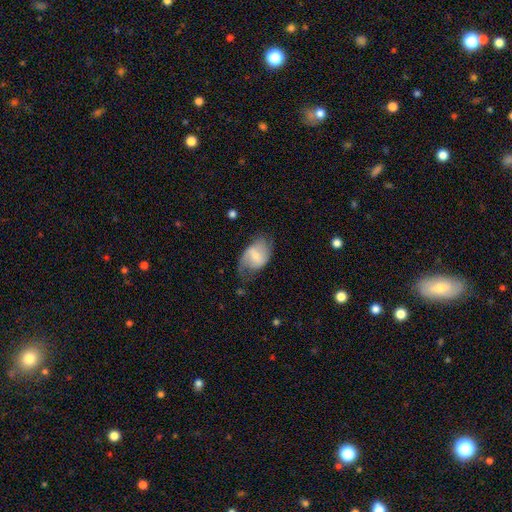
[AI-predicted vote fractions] Overall: featured or disk (50%; smooth 43%). Merging: none (51%; minor disturbance 29%).